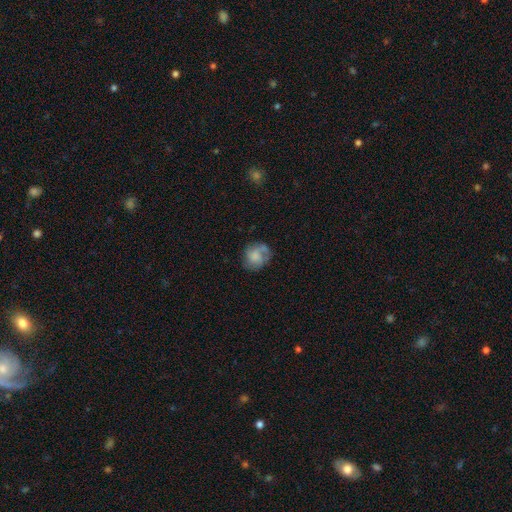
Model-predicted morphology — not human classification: smooth-or-featured: smooth: 56% | featured or disk: 35% | star or artifact: 9%
  how-rounded: round: 69% | in between: 30% | cigar-shaped: 1%
  merging: none: 57% | minor disturbance: 24% | major disturbance: 14% | merger: 5%